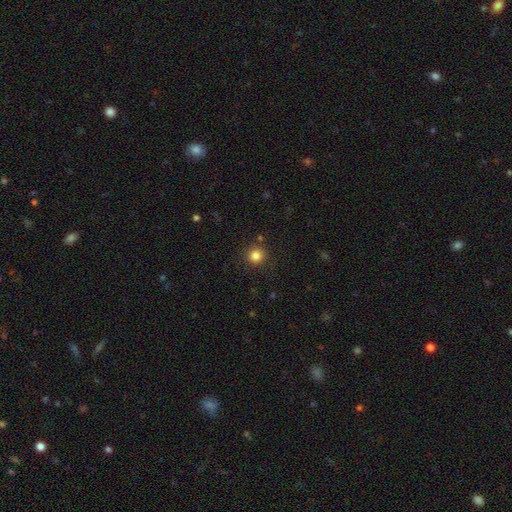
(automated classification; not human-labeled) A smooth galaxy with no disk features (83%) that is round (93%). Merging: none (87%).